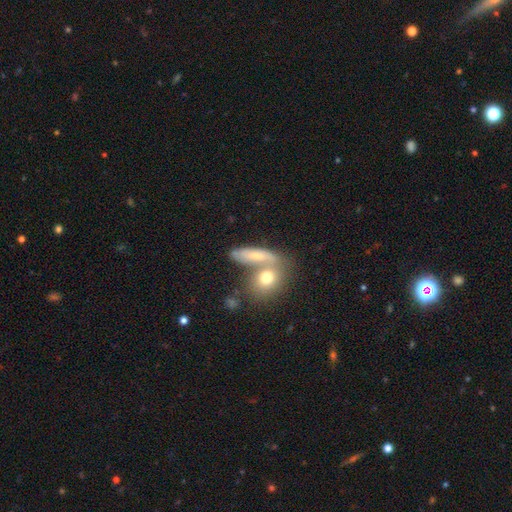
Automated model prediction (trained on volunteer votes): This is likely a smooth galaxy (65%). How rounded: possibly in between (48%). Merging: marginally none (42%).